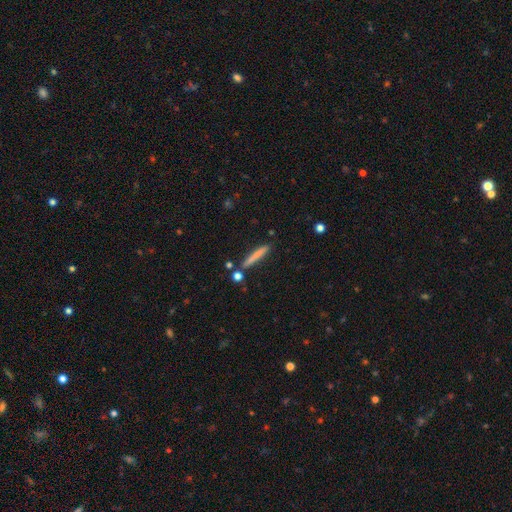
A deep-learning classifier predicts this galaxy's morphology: This appears to be a smooth galaxy with no disk features (71%) that is cigar-shaped (95%). Merging: none (82%).